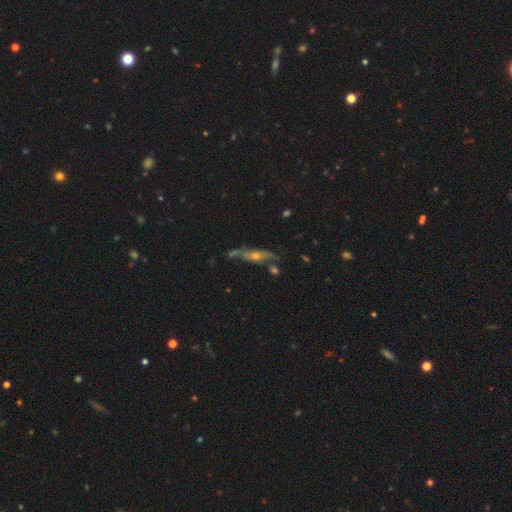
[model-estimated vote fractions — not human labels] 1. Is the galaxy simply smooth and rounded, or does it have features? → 65% featured or disk, 23% smooth, 12% star or artifact.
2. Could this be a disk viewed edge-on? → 68% yes, 32% no.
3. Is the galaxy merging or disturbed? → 58% none, 20% minor disturbance, 13% merger, 9% major disturbance.